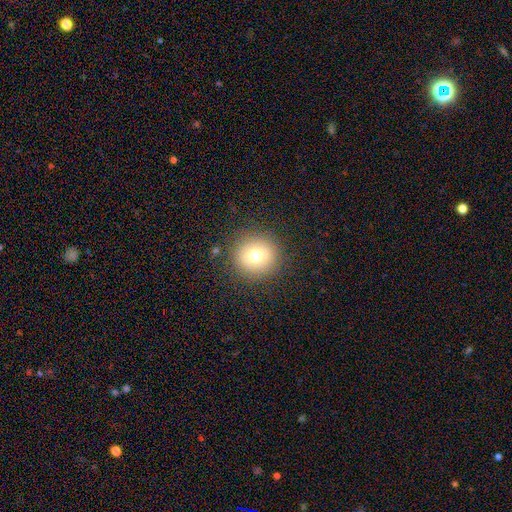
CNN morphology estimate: This is likely a smooth galaxy (71%). How rounded: clearly round (94%). Merging: clearly none (89%).